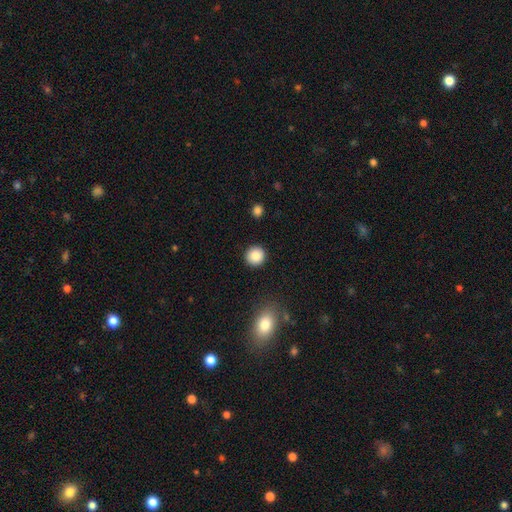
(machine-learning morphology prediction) Smooth or featured? smooth (87%)
How rounded? round (93%)
Merging? none (91%)